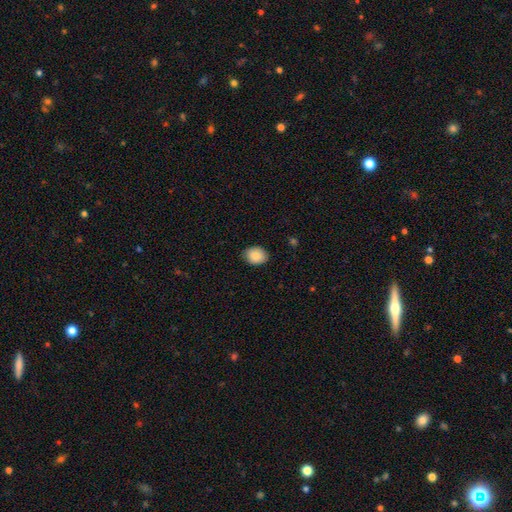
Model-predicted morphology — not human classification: smooth 87%, star or artifact 8%, featured or disk 6%. Down the decision tree: how rounded — in between (53%); merging — none (86%).